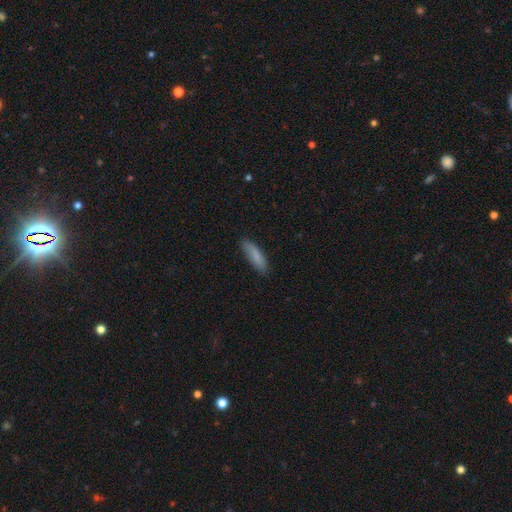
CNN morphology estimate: smooth-or-featured: smooth: 82% | featured or disk: 12% | star or artifact: 6%
  how-rounded: cigar-shaped: 57% | in between: 42% | round: 2%
  merging: none: 77% | minor disturbance: 18% | major disturbance: 3% | merger: 1%